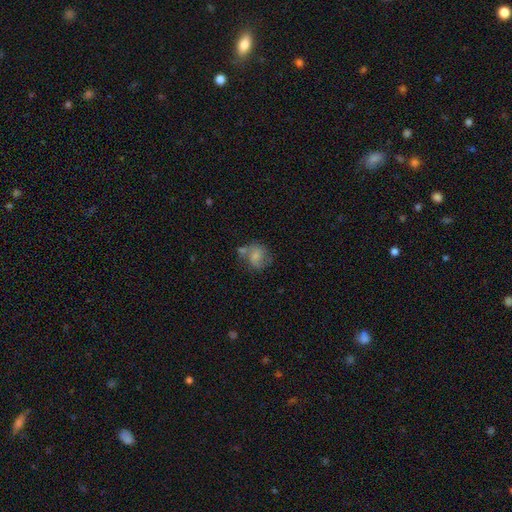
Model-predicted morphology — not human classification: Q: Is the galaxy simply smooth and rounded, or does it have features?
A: smooth — 57%.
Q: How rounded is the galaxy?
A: round — 65%.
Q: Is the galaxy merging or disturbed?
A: none — 41%.